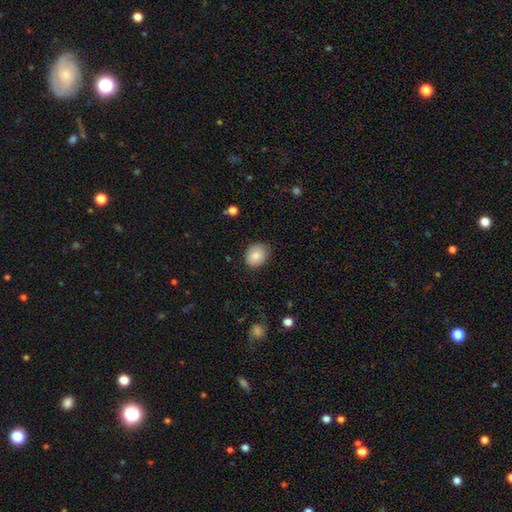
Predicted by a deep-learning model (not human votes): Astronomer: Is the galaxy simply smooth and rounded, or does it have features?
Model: smooth — 85%.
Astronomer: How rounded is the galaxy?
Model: round — 54% (runner-up: in between, 45%).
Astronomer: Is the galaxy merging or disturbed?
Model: none — 81%.